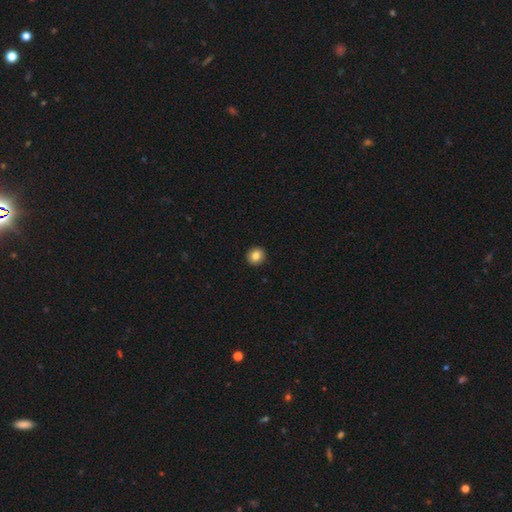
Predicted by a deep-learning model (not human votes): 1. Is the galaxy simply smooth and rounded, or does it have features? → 85% smooth, 10% star or artifact, 6% featured or disk.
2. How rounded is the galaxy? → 93% round, 6% in between, 1% cigar-shaped.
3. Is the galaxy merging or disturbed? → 93% none, 4% minor disturbance, 1% major disturbance, 1% merger.